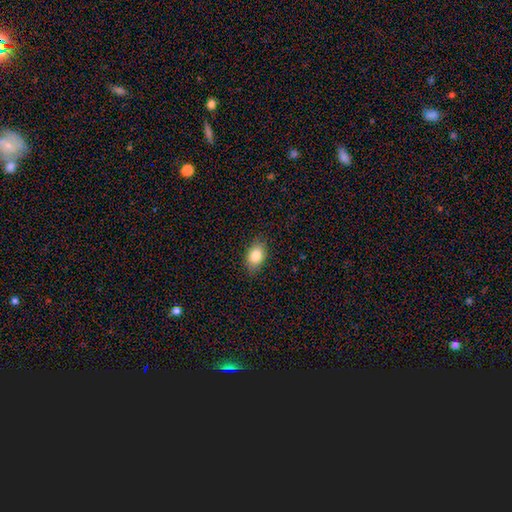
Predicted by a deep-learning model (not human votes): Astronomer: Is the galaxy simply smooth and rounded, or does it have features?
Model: smooth — 83%.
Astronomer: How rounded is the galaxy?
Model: in between — 85%.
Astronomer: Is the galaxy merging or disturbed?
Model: none — 86%.